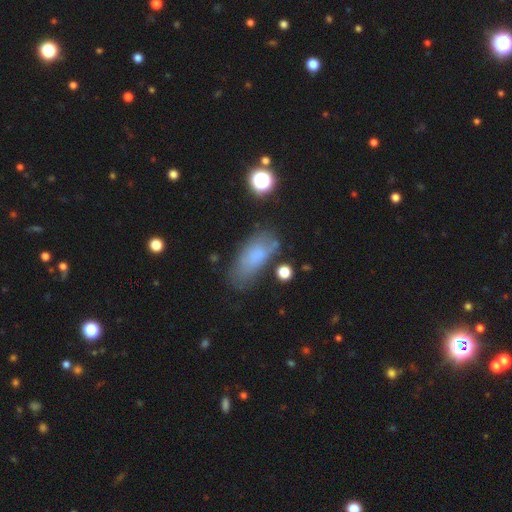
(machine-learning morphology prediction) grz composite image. It shows a smooth galaxy with no disk features (68%) that is in between round and cigar-shaped (84%). Merging: none (58%).